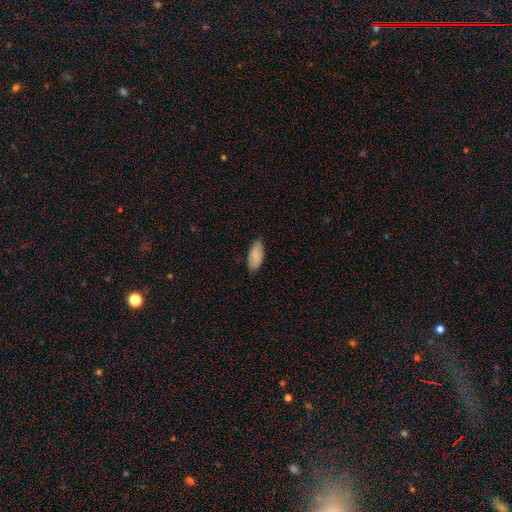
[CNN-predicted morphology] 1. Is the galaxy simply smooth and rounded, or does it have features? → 88% smooth, 6% featured or disk, 6% star or artifact.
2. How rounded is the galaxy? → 88% in between, 11% cigar-shaped, 2% round.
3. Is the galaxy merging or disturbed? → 82% none, 15% minor disturbance, 2% major disturbance, 1% merger.